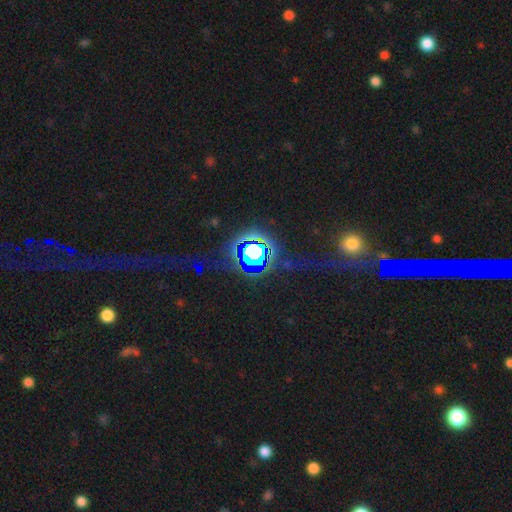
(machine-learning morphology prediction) Q: Smooth or featured?
A: star or artifact (72%); runner-up: smooth (16%)